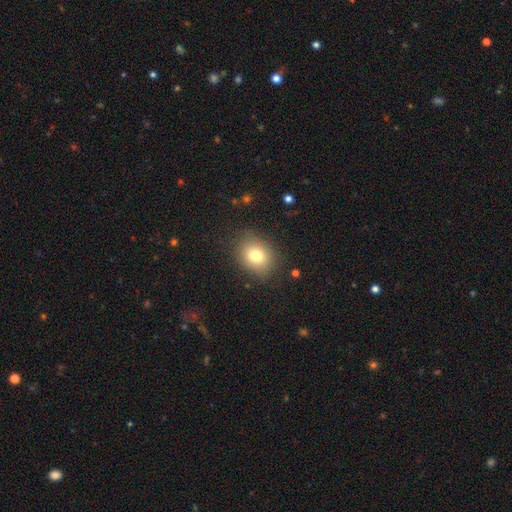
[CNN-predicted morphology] A smooth galaxy with no disk features (78%) that is round (51%).

Vote fractions:
- Smooth or featured? smooth: 78% / star or artifact: 11% / featured or disk: 11%
- How rounded? round: 51% / in between: 48% / cigar-shaped: 1%
- Merging? none: 83% / minor disturbance: 12% / major disturbance: 4% / merger: 1%